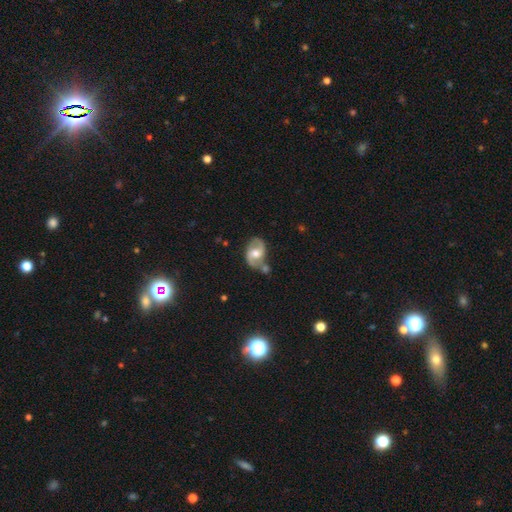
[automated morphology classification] Overall: featured or disk (77%). Edge-on disk: no (97%). Bar: weak (44%; no 40%). Spiral arms: yes (90%). Spiral arm count: 2 (89%). Spiral winding: medium (50%; loose 32%). Bulge size: moderate (70%). Merging: none (55%; merger 19%).